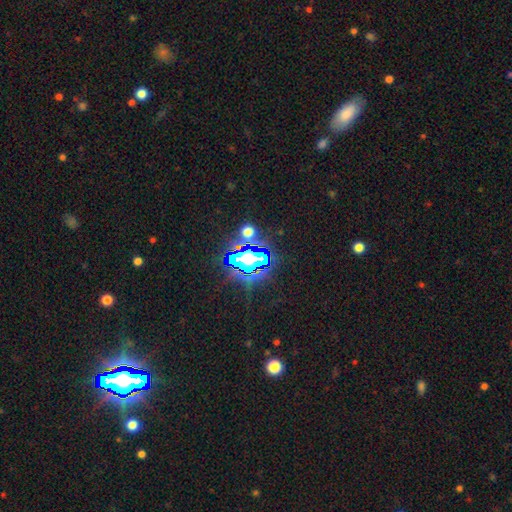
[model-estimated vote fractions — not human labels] Smooth or featured: star or artifact — 63% (smooth — 23%)